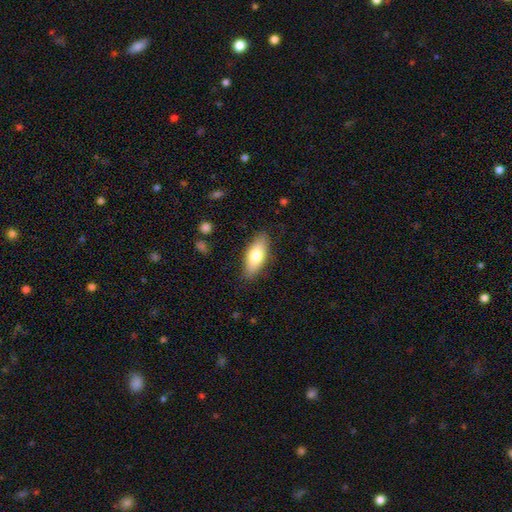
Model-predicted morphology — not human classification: smooth-or-featured: smooth: 72% | featured or disk: 21% | star or artifact: 6%
  how-rounded: in between: 76% | cigar-shaped: 22% | round: 2%
  merging: none: 85% | minor disturbance: 11% | major disturbance: 2% | merger: 1%